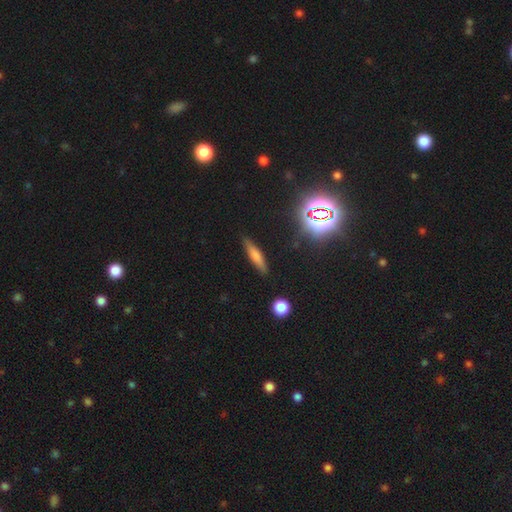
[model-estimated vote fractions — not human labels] The model was most divided on "smooth or featured": smooth: 61%, featured or disk: 26%, star or artifact: 12%. More confident: merging — none (85%); how rounded — cigar-shaped (80%).